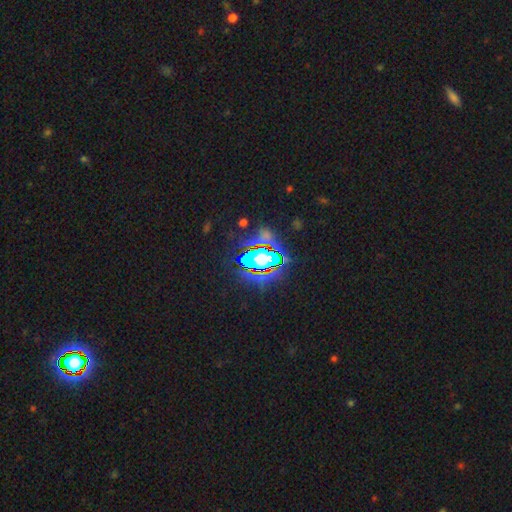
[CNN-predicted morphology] smooth_or_featured: star or artifact (p=0.82) [alt: smooth p=0.10]